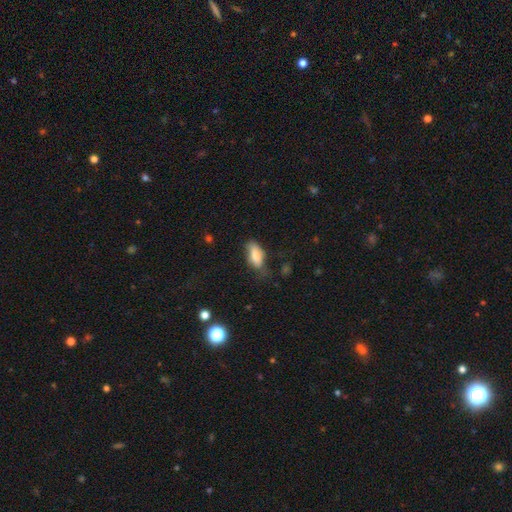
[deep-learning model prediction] The model was most divided on "merging": none: 53%, minor disturbance: 32%, major disturbance: 12%, merger: 2%. More confident: how rounded — in between (84%); smooth or featured — smooth (80%).